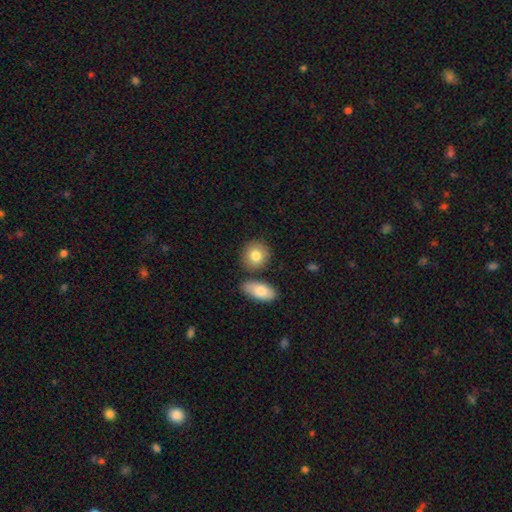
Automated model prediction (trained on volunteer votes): Smooth or featured: smooth — 81% (featured or disk — 12%)
How rounded: round — 73% (in between — 25%)
Merging: none — 75% (merger — 12%)